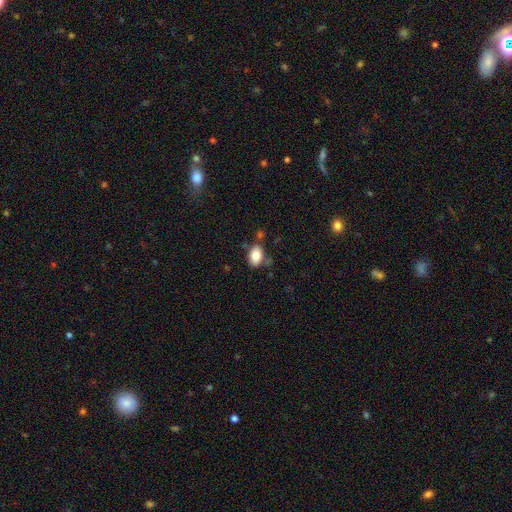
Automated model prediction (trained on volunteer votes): Smooth or featured?
  - smooth: 82% *
  - featured or disk: 10%
  - star or artifact: 8%
How rounded?
  - in between: 84% *
  - round: 15%
  - cigar-shaped: 1%
Merging?
  - none: 68% *
  - minor disturbance: 19%
  - merger: 8%
  - major disturbance: 5%